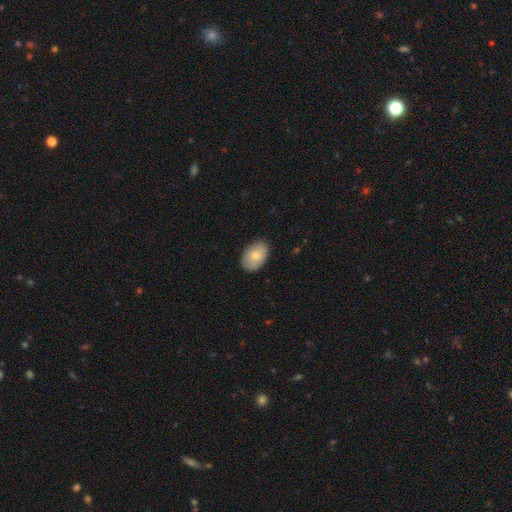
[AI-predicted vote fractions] Smooth or featured: smooth — 75% (featured or disk — 19%)
How rounded: in between — 87% (round — 12%)
Merging: none — 85% (minor disturbance — 12%)